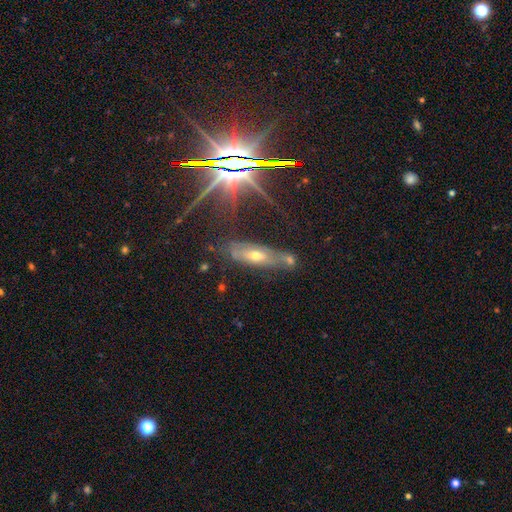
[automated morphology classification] A featured or disk galaxy (42%).

Vote fractions:
- Smooth or featured? featured or disk: 42% / smooth: 37% / star or artifact: 21%
- Merging? none: 61% / minor disturbance: 21% / merger: 10% / major disturbance: 7%